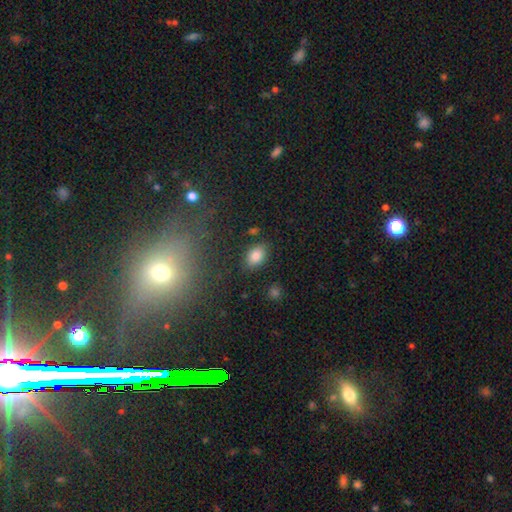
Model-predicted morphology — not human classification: Smooth or featured: smooth — 84% (star or artifact — 10%)
How rounded: in between — 82% (round — 17%)
Merging: none — 84% (minor disturbance — 11%)